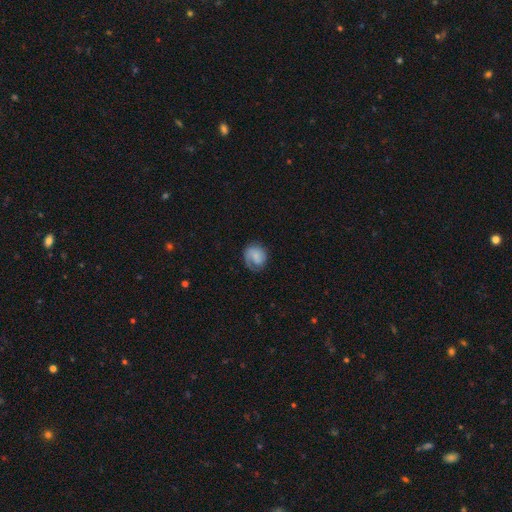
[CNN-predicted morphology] type=smooth (49%); merging=none (60%).